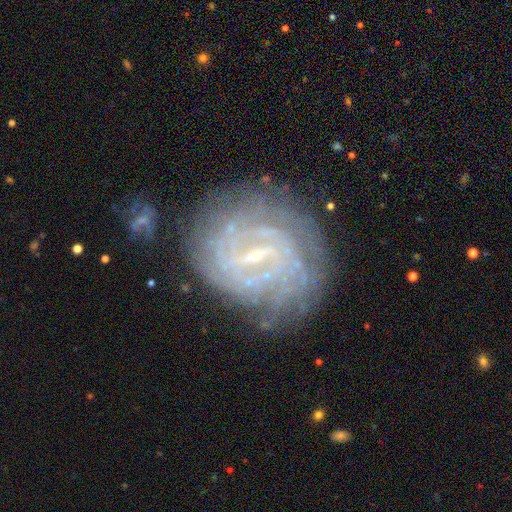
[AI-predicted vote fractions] The model was most divided on "bar": strong: 45%, weak: 43%, no: 12%. Remaining: edge-on disk — no (97%); spiral arms — yes (92%); smooth or featured — featured or disk (85%); spiral winding — tight (76%); merging — none (75%); bulge size — small (70%); spiral arm count — can't tell (45%).